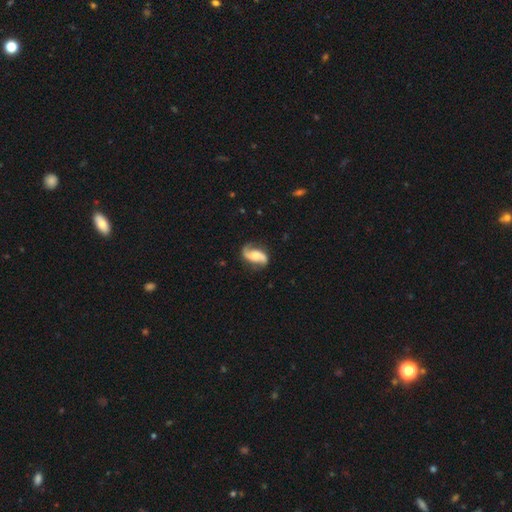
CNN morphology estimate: featured or disk 85%, smooth 10%, star or artifact 5%. Down the decision tree: edge-on disk — no (97%); bar — no (51%); spiral arms — yes (97%); spiral arm count — 2 (93%); spiral winding — loose (62%); bulge size — moderate (46%); merging — none (79%).